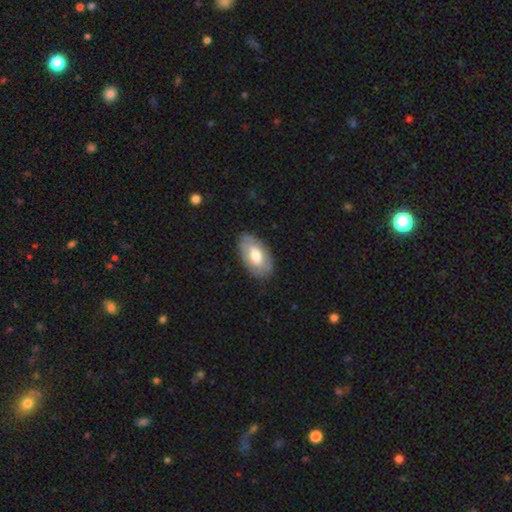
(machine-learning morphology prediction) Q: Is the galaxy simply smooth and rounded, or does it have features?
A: smooth — 60%.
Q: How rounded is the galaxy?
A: in between — 94%.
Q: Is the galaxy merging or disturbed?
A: none — 81%.